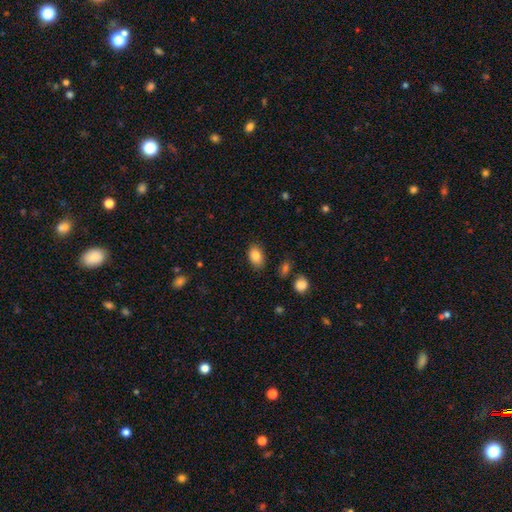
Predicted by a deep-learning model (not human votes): A smooth galaxy with no disk features (85%) that is in between round and cigar-shaped (87%). Merging: none (84%).